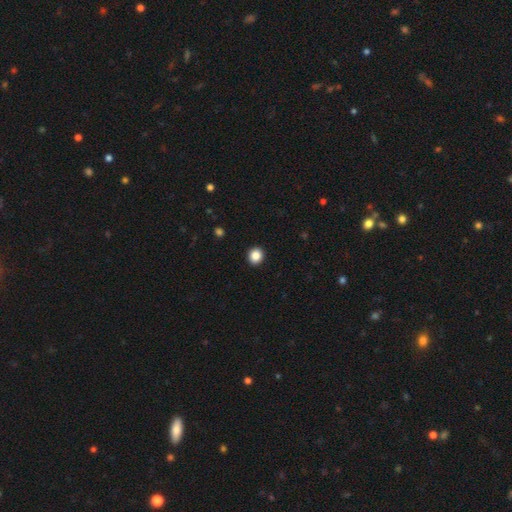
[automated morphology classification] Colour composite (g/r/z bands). It shows a smooth galaxy with no disk features (86%) that is round (81%). Merging: none (93%).